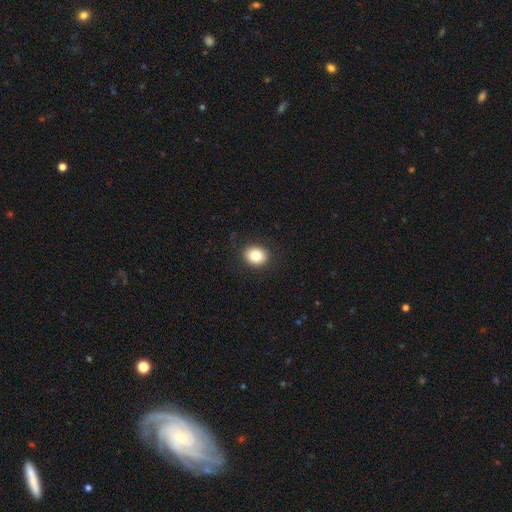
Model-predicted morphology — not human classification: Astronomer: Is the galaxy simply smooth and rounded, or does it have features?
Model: smooth — 83%.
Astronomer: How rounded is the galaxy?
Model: round — 61% (runner-up: in between, 38%).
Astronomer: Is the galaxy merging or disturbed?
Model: none — 90%.